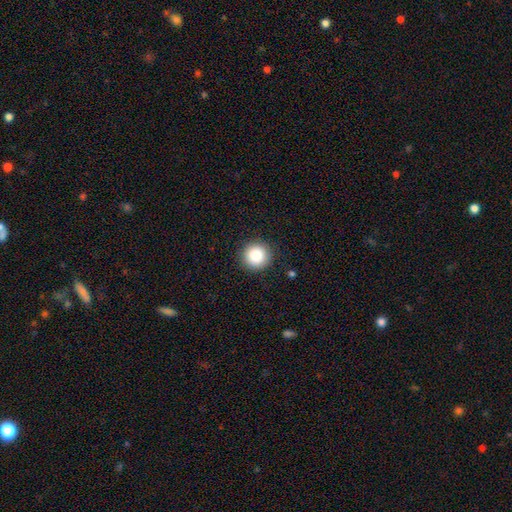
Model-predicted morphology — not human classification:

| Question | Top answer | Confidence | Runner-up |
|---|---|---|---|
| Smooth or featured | smooth | 85% | star or artifact (9%) |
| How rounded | round | 95% | in between (4%) |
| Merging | none | 91% | minor disturbance (6%) |